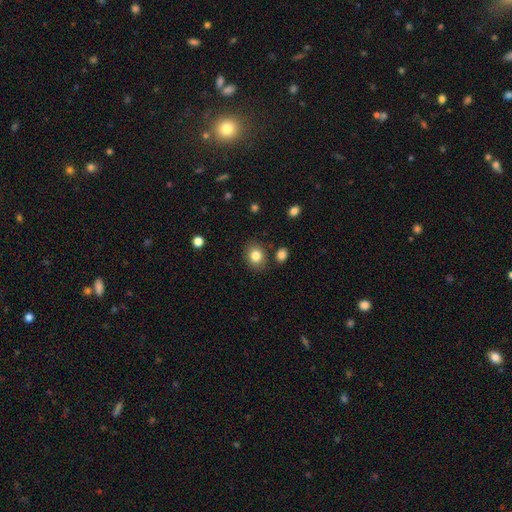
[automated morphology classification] This appears to be a smooth galaxy with no disk features (83%) that is round (56%). Merging: none (83%).